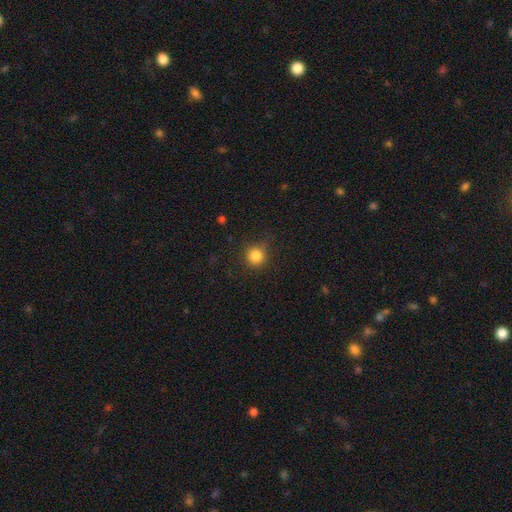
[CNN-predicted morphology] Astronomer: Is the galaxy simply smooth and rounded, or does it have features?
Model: smooth — 83%.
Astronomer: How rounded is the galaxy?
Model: round — 92%.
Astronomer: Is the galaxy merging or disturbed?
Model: none — 84%.